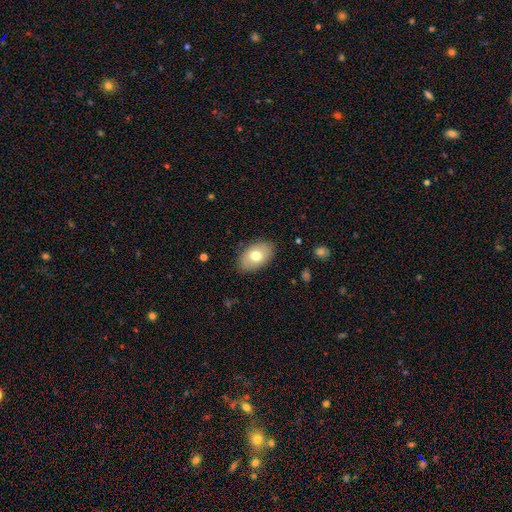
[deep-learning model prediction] Q: Smooth or featured?
A: smooth (71%); runner-up: featured or disk (23%)
Q: How rounded?
A: in between (91%); runner-up: round (8%)
Q: Merging?
A: none (85%); runner-up: minor disturbance (12%)